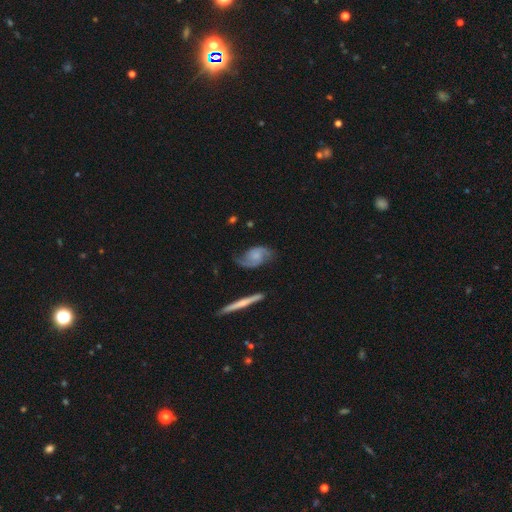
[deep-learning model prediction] Q: Smooth or featured?
A: featured or disk (82%); runner-up: smooth (13%)
Q: Edge-on disk?
A: no (96%); runner-up: yes (4%)
Q: Bar?
A: no (66%); runner-up: weak (29%)
Q: Spiral arms?
A: yes (96%); runner-up: no (4%)
Q: Spiral winding?
A: medium (47%); runner-up: loose (36%)
Q: Spiral arm count?
A: 2 (91%); runner-up: can't tell (4%)
Q: Bulge size?
A: small (36%); runner-up: none (35%)
Q: Merging?
A: none (68%); runner-up: minor disturbance (21%)